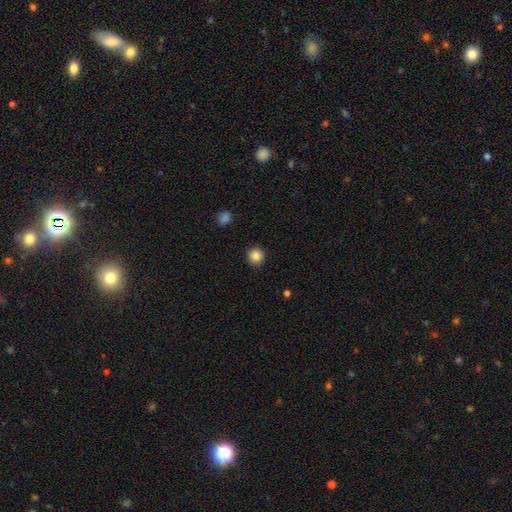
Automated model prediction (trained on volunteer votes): smooth_or_featured: smooth (p=0.85) [alt: star or artifact p=0.11]
how_rounded: round (p=0.93) [alt: in between p=0.06]
merging: none (p=0.91) [alt: minor disturbance p=0.06]